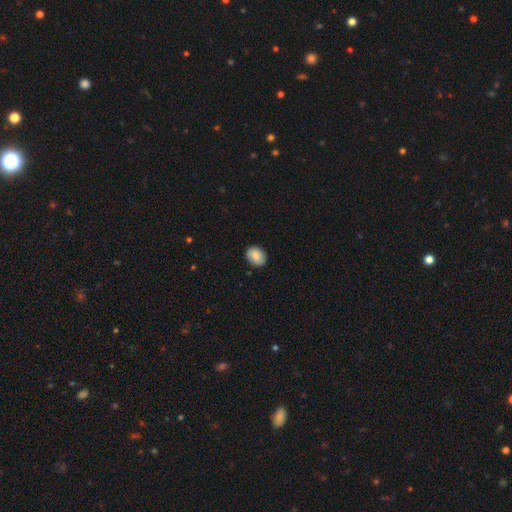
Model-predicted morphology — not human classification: smooth-or-featured: smooth: 85% | featured or disk: 8% | star or artifact: 7%
  how-rounded: in between: 58% | round: 41% | cigar-shaped: 1%
  merging: none: 88% | minor disturbance: 9% | major disturbance: 2% | merger: 1%